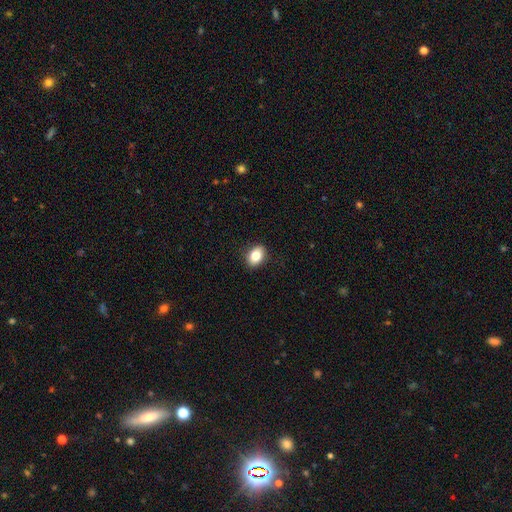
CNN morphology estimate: smooth 83%, featured or disk 9%, star or artifact 8%. Down the decision tree: how rounded — in between (77%); merging — none (88%).